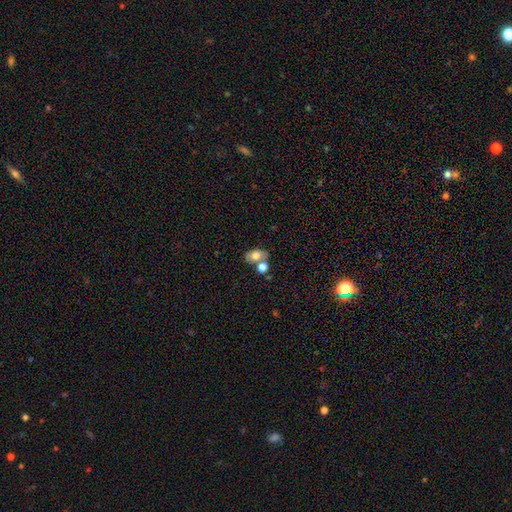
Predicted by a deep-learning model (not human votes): This is likely a smooth galaxy (66%). How rounded: clearly in between (81%). Merging: possibly none (51%).